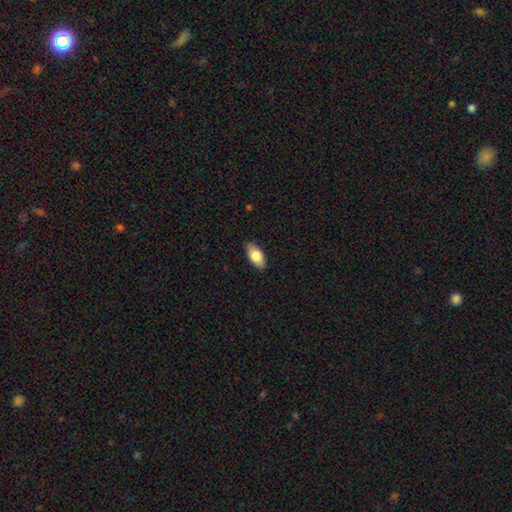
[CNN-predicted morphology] Smooth or featured? smooth (81%)
How rounded? in between (92%)
Merging? none (86%)